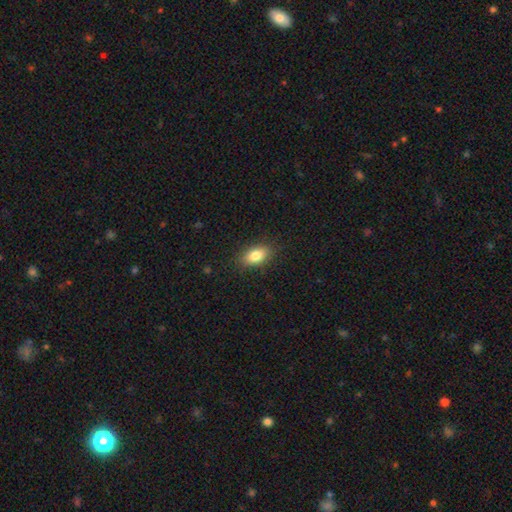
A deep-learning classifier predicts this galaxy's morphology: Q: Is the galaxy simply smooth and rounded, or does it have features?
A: smooth — 82%.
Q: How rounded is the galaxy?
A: in between — 87%.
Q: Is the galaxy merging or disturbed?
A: none — 87%.